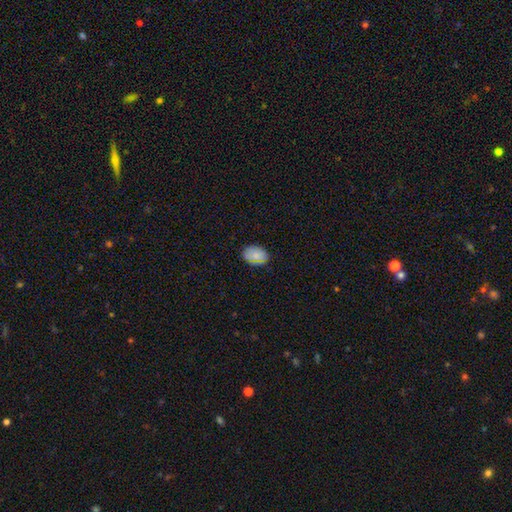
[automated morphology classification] smooth-or-featured: smooth: 80% | star or artifact: 12% | featured or disk: 7%
  how-rounded: in between: 75% | round: 24% | cigar-shaped: 1%
  merging: none: 84% | minor disturbance: 13% | major disturbance: 2% | merger: 1%